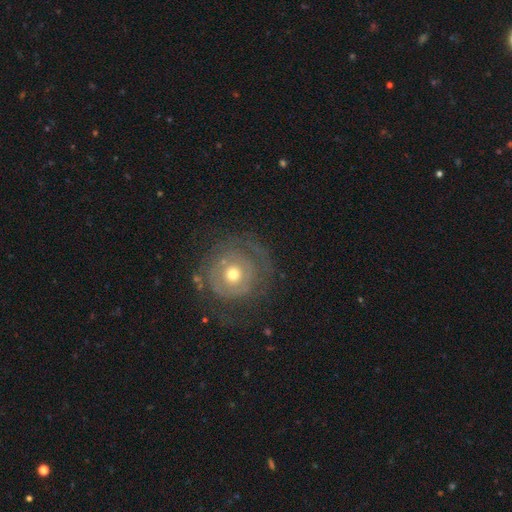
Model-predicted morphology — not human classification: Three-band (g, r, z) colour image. It shows a featured or disk galaxy (66%) with no bar (77%), spiral arms (69%) and a moderate central bulge (58%). Merging: none (78%).